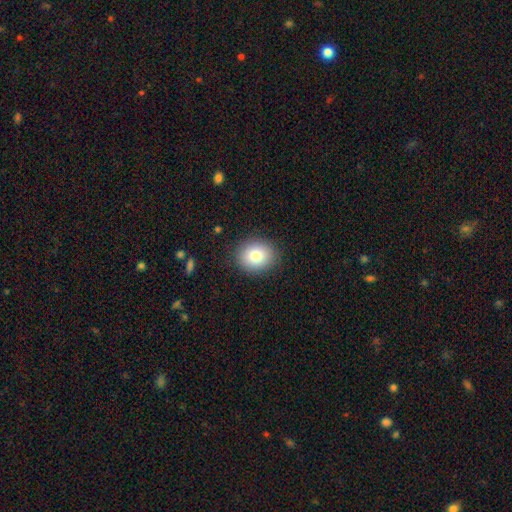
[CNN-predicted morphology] Smooth or featured?
  - smooth: 80% *
  - featured or disk: 10%
  - star or artifact: 10%
How rounded?
  - round: 65% *
  - in between: 35%
  - cigar-shaped: 1%
Merging?
  - none: 88% *
  - minor disturbance: 8%
  - major disturbance: 3%
  - merger: 1%